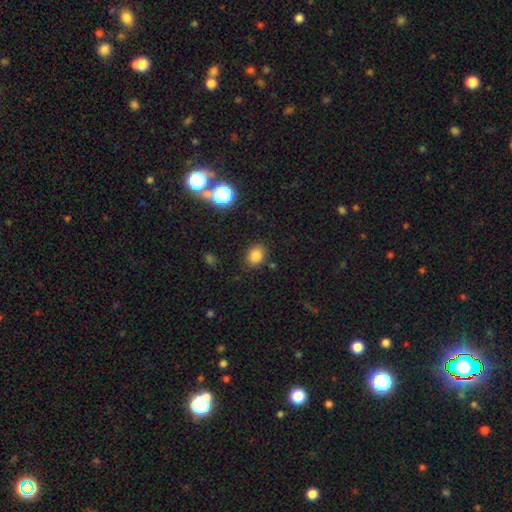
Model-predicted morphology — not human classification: Smooth or featured: smooth — 82% (star or artifact — 13%)
How rounded: round — 57% (in between — 42%)
Merging: none — 84% (minor disturbance — 11%)